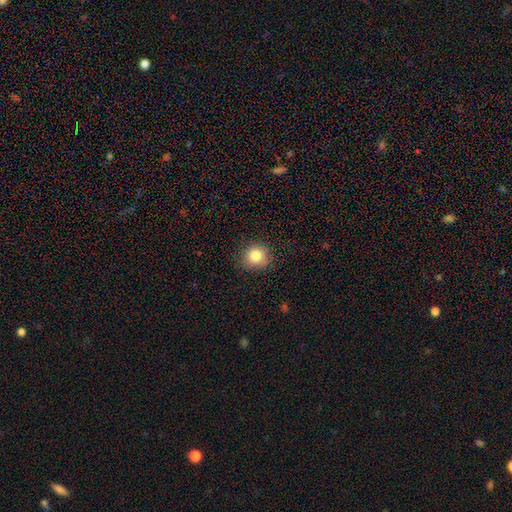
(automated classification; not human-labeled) A smooth galaxy with no disk features (82%) that is round (89%). Merging: none (85%).